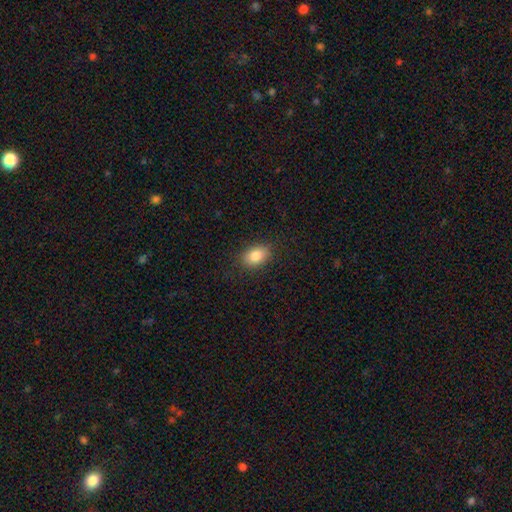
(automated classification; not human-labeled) Smooth or featured?
  - smooth: 84% *
  - star or artifact: 8%
  - featured or disk: 8%
How rounded?
  - in between: 83% *
  - round: 16%
  - cigar-shaped: 1%
Merging?
  - none: 86% *
  - minor disturbance: 10%
  - major disturbance: 3%
  - merger: 1%